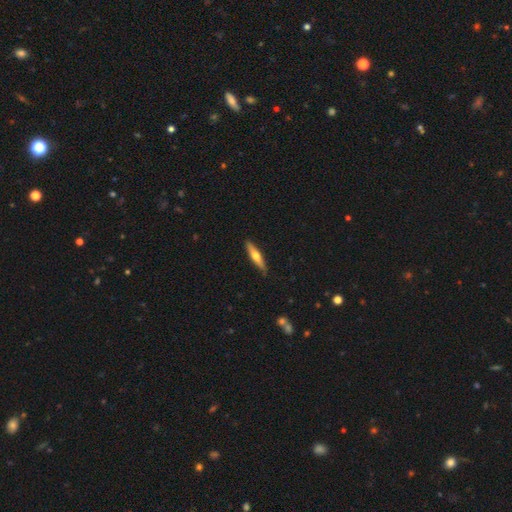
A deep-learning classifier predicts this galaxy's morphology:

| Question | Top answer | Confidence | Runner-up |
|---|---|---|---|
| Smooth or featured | featured or disk | 51% | smooth (44%) |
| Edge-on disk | yes | 93% | no (7%) |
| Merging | none | 87% | minor disturbance (10%) |